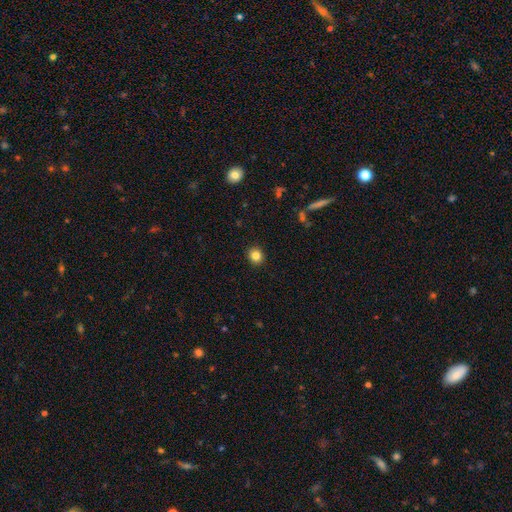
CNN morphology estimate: smooth-or-featured: smooth: 83% | star or artifact: 11% | featured or disk: 5%
  how-rounded: round: 83% | in between: 16% | cigar-shaped: 1%
  merging: none: 92% | minor disturbance: 5% | major disturbance: 2% | merger: 1%